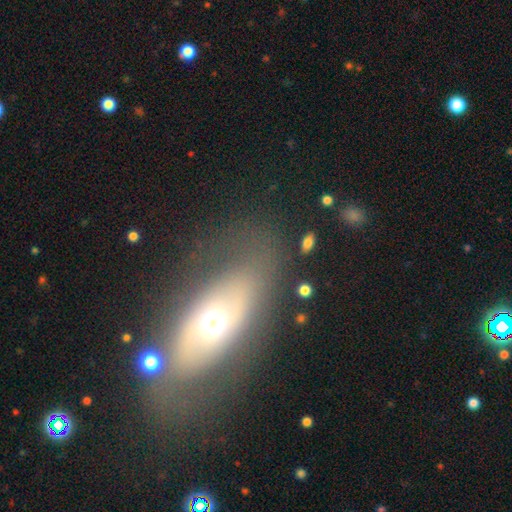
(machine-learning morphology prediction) Q: Smooth or featured?
A: featured or disk (55%); runner-up: smooth (36%)
Q: Edge-on disk?
A: no (83%); runner-up: yes (17%)
Q: Merging?
A: none (75%); runner-up: minor disturbance (14%)